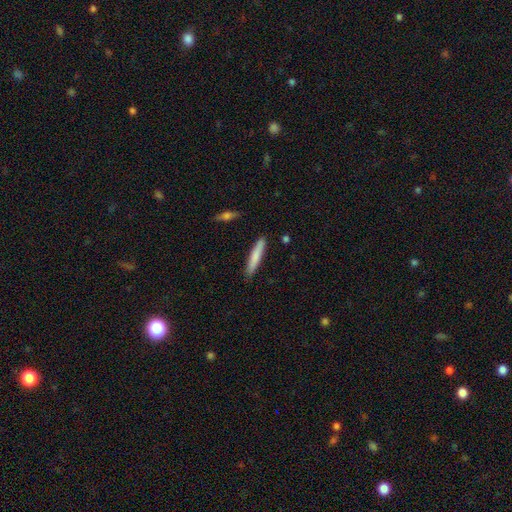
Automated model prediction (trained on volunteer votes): Smooth or featured? smooth (77%)
How rounded? cigar-shaped (91%)
Merging? none (86%)